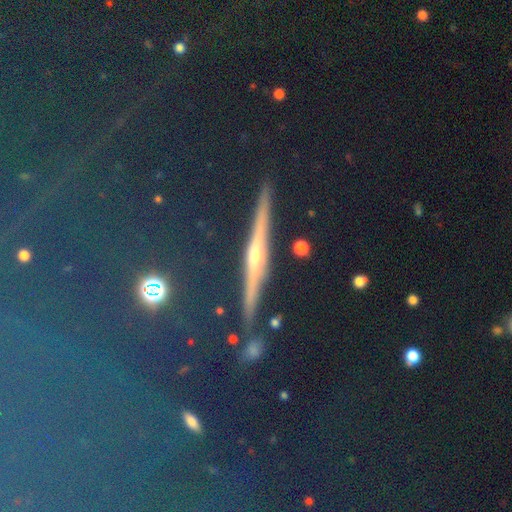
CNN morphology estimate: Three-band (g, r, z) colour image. It shows a featured or disk galaxy (44%). Merging: none (81%).